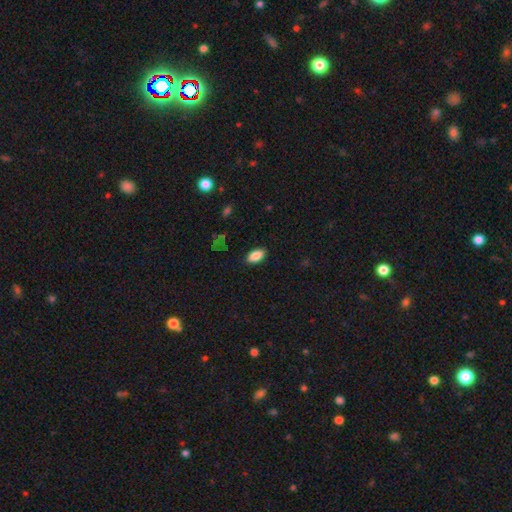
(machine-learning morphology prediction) A smooth galaxy with no disk features (87%) that is in between round and cigar-shaped (92%).

Vote fractions:
- Smooth or featured? smooth: 87% / star or artifact: 8% / featured or disk: 6%
- How rounded? in between: 92% / cigar-shaped: 4% / round: 4%
- Merging? none: 87% / minor disturbance: 10% / major disturbance: 2% / merger: 1%